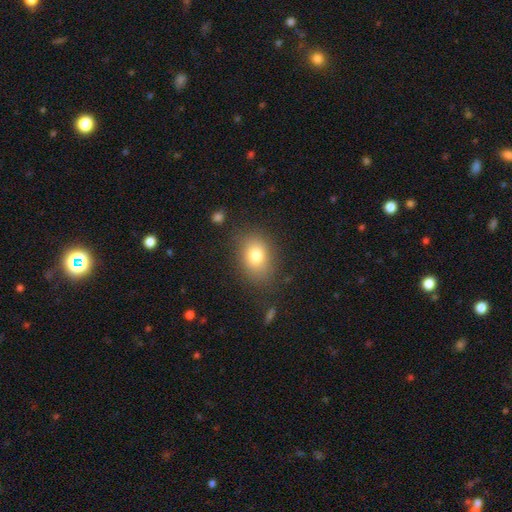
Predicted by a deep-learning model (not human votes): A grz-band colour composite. It shows a smooth galaxy with no disk features (78%) that is in between round and cigar-shaped (68%). Merging: none (79%).